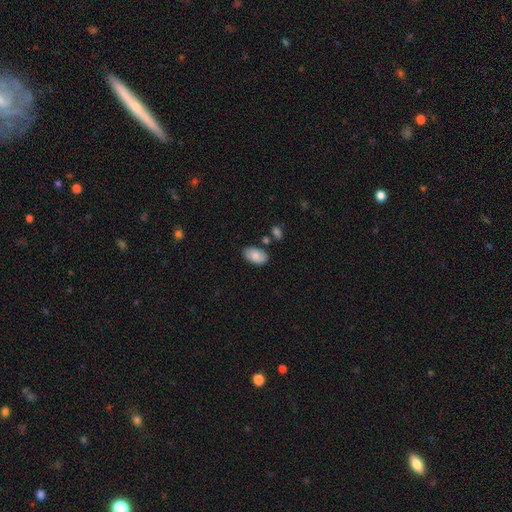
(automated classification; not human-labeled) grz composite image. It shows a smooth galaxy with no disk features (86%) that is in between round and cigar-shaped (94%). Merging: none (79%).